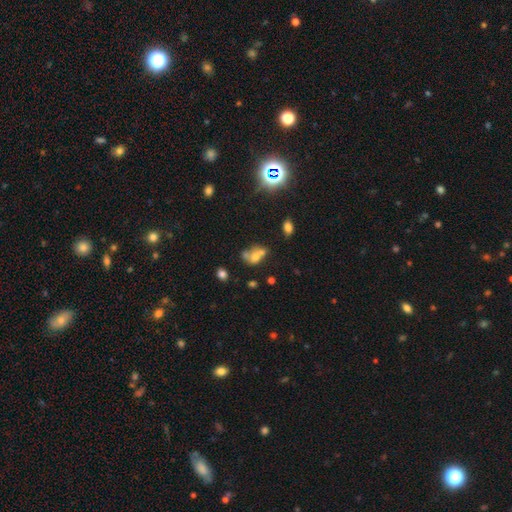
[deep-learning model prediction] Overall: smooth (57%; featured or disk 27%). How rounded: in between (65%; round 32%). Merging: merger (48%; none 27%).